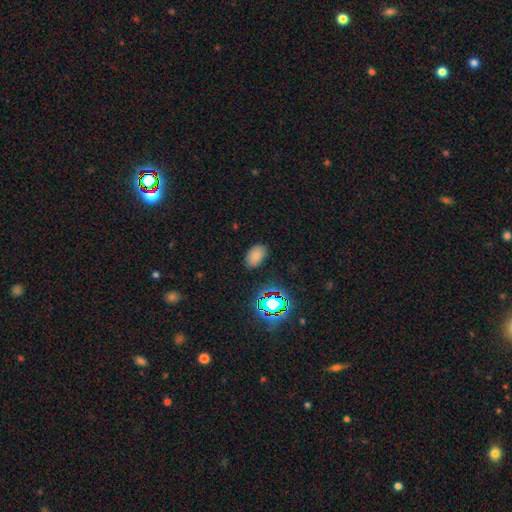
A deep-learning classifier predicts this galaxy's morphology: Overall: smooth (73%). How rounded: in between (91%). Merging: none (83%).